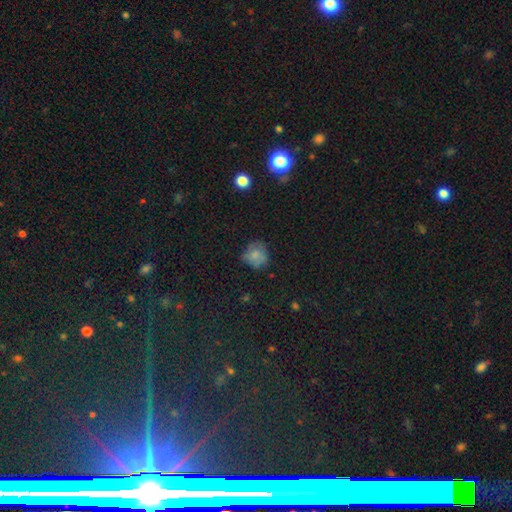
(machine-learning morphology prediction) smooth-or-featured: smooth: 67% | featured or disk: 17% | star or artifact: 16%
  how-rounded: round: 79% | in between: 20% | cigar-shaped: 1%
  merging: none: 62% | minor disturbance: 25% | major disturbance: 10% | merger: 2%